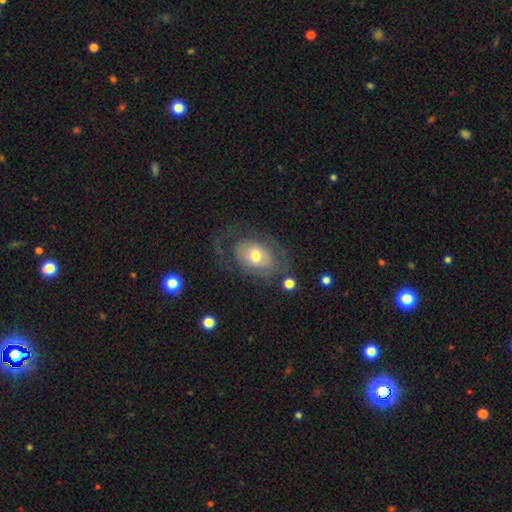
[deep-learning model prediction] Smooth or featured? Predicted: smooth (p=0.46, tied with featured or disk). Merging? Predicted: none (p=0.47).